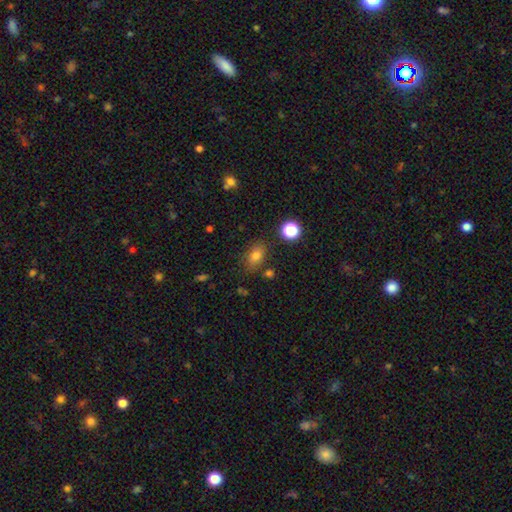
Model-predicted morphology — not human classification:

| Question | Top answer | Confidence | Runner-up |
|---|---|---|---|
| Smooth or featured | smooth | 78% | star or artifact (13%) |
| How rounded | in between | 79% | round (19%) |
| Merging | none | 78% | minor disturbance (13%) |